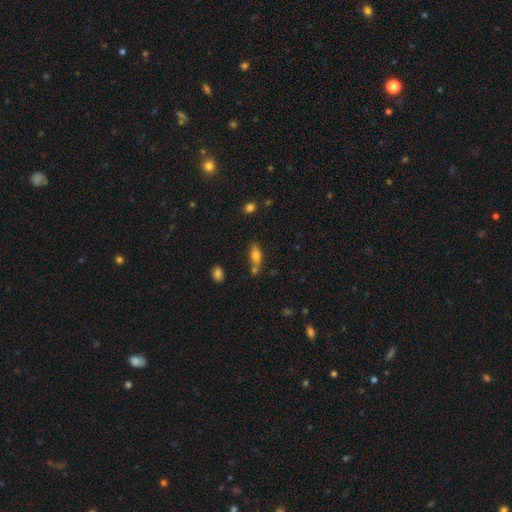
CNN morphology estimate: type=smooth (76%); roundness=in between (75%); merging=none (51%).